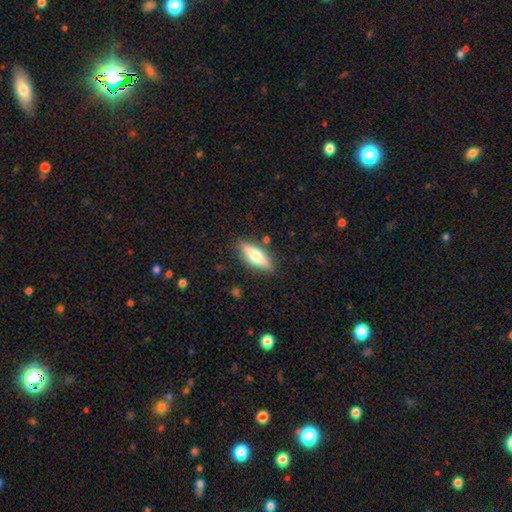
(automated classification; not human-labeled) Smooth or featured? Predicted: smooth (p=0.62). How rounded? Predicted: in between (p=0.56). Merging? Predicted: none (p=0.85).